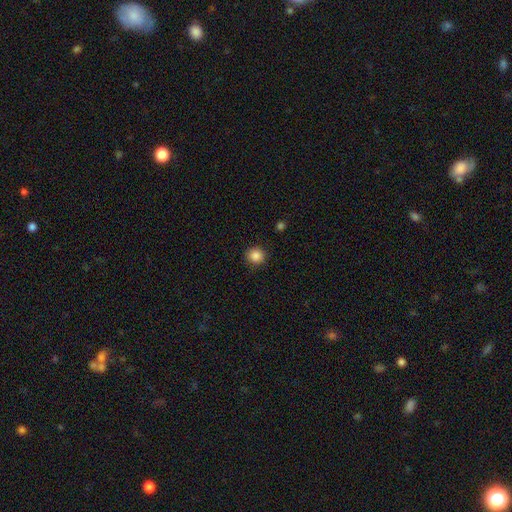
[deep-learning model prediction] Smooth or featured? smooth (87%)
How rounded? round (92%)
Merging? none (90%)